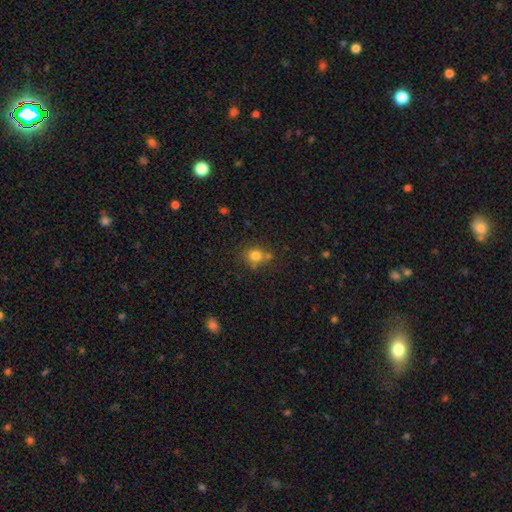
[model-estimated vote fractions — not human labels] Smooth or featured: smooth — 79% (star or artifact — 14%)
How rounded: round — 79% (in between — 20%)
Merging: none — 67% (merger — 17%)